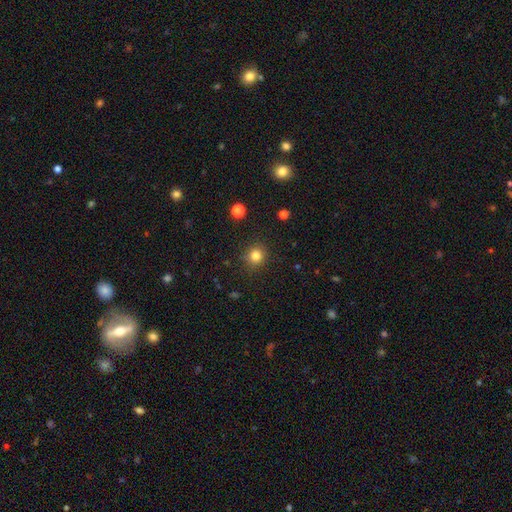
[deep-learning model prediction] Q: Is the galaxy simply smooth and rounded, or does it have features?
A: smooth — 81%.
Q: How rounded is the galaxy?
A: round — 91%.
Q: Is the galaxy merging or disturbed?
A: none — 88%.